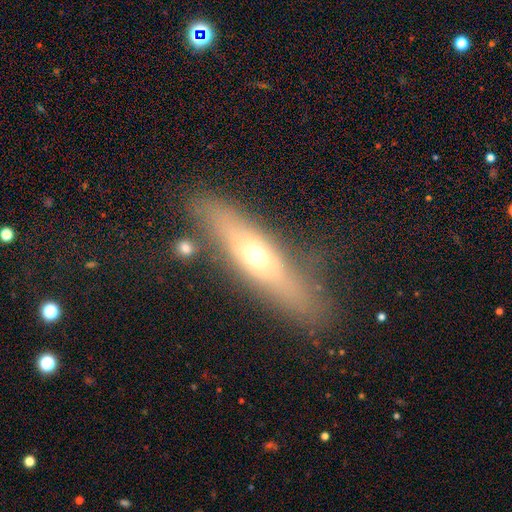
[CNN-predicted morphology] smooth_or_featured: featured or disk (p=0.50) [alt: smooth p=0.42]
merging: none (p=0.76) [alt: minor disturbance p=0.14]